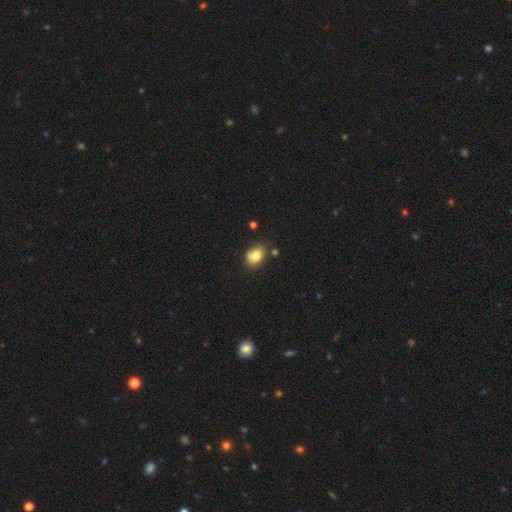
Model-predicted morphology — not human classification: Q: Smooth or featured?
A: smooth (79%); runner-up: featured or disk (11%)
Q: How rounded?
A: in between (62%); runner-up: round (37%)
Q: Merging?
A: none (65%); runner-up: minor disturbance (20%)